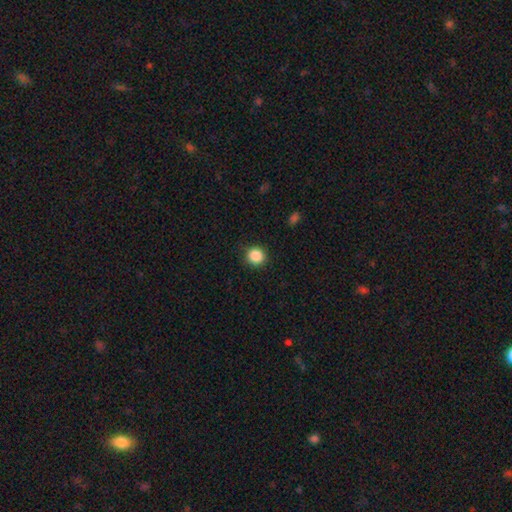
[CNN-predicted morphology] The model was most divided on "smooth or featured": smooth: 87%, star or artifact: 10%, featured or disk: 3%. More confident: how rounded — round (91%); merging — none (90%).